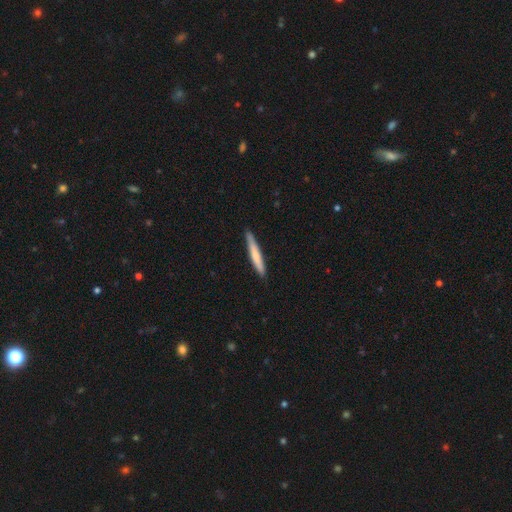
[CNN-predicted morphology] This is likely a smooth galaxy (66%). How rounded: clearly cigar-shaped (95%). Merging: clearly none (88%).